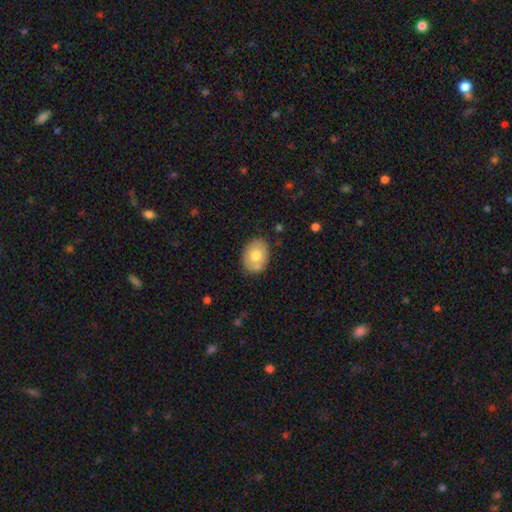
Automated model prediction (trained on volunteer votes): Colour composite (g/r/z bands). It shows a smooth galaxy with no disk features (70%) that is in between round and cigar-shaped (70%). Merging: none (74%).